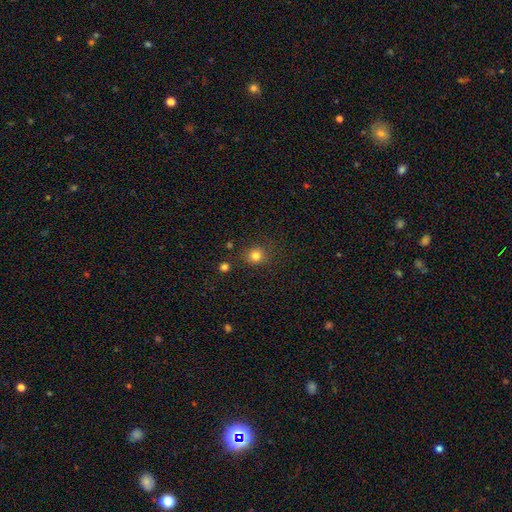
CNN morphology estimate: This is clearly a smooth galaxy (81%). How rounded: clearly round (88%). Merging: clearly none (82%).